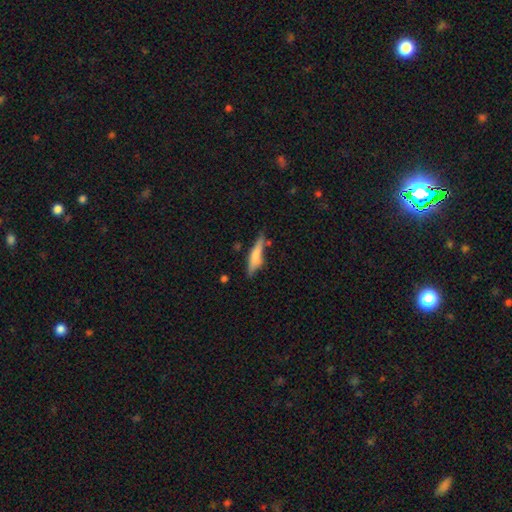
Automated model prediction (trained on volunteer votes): Smooth or featured? smooth (63%)
How rounded? cigar-shaped (81%)
Merging? none (67%)